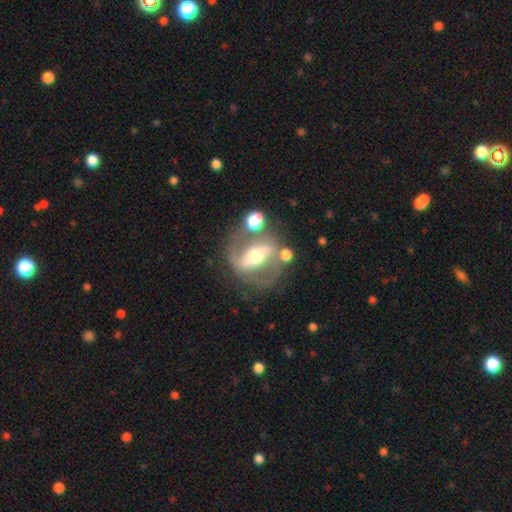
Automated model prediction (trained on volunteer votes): Smooth or featured? featured or disk (81%)
Edge-on disk? no (93%)
Bar? strong (66%)
Spiral arms? yes (78%)
Spiral winding? medium (50%)
Spiral arm count? 2 (86%)
Bulge size? moderate (67%)
Merging? none (67%)